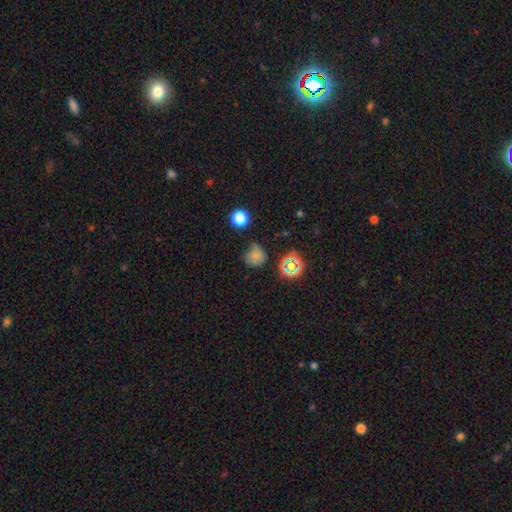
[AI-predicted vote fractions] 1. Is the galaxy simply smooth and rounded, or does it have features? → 67% smooth, 22% star or artifact, 11% featured or disk.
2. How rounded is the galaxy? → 85% round, 14% in between, 1% cigar-shaped.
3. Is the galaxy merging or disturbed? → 55% none, 28% minor disturbance, 12% major disturbance, 5% merger.